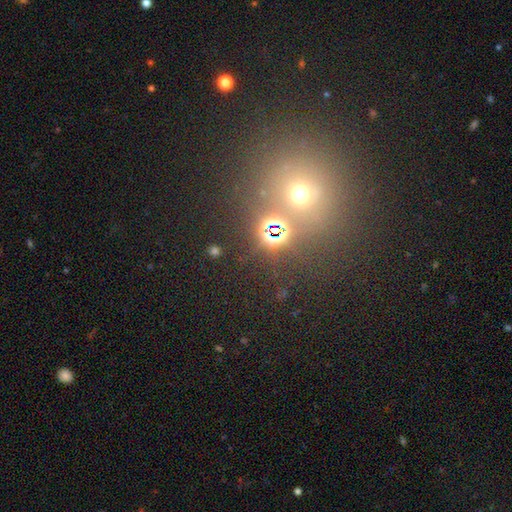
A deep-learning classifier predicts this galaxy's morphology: smooth_or_featured: star or artifact (p=0.54) [alt: smooth p=0.35]